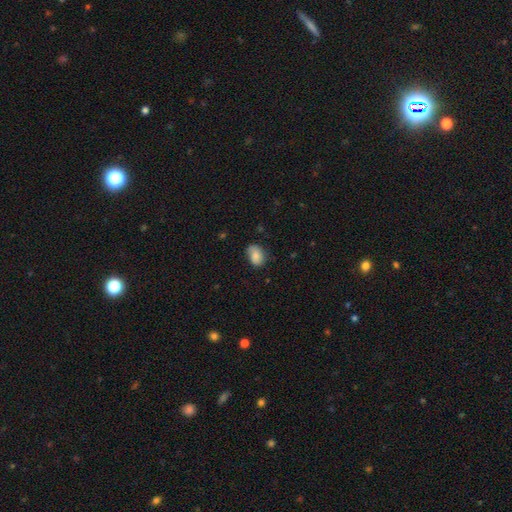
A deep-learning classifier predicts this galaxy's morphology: Smooth or featured? Predicted: smooth (p=0.78). How rounded? Predicted: in between (p=0.79). Merging? Predicted: none (p=0.65).